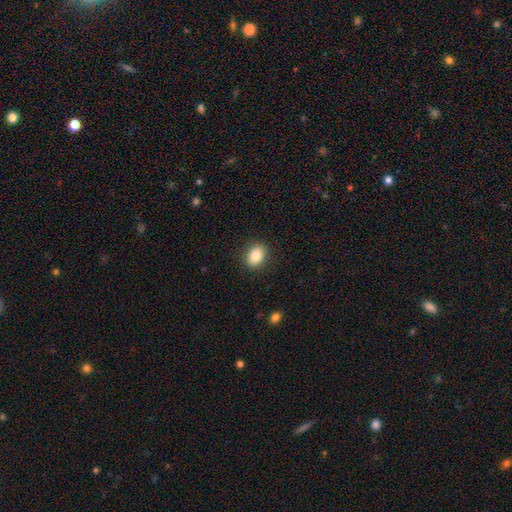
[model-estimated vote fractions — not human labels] Q: Smooth or featured?
A: smooth (84%); runner-up: star or artifact (9%)
Q: How rounded?
A: in between (59%); runner-up: round (40%)
Q: Merging?
A: none (89%); runner-up: minor disturbance (8%)